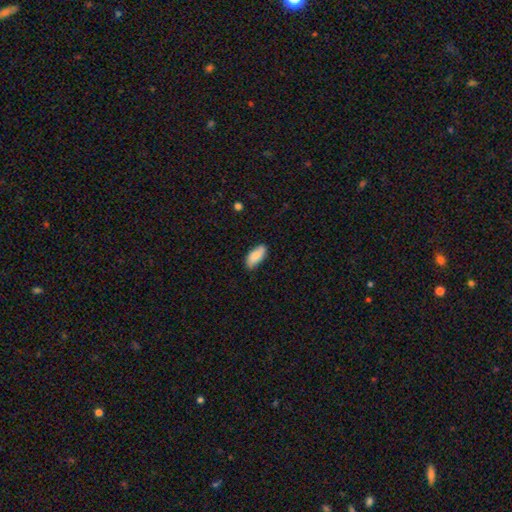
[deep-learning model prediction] Smooth or featured?
  - smooth: 84% *
  - featured or disk: 10%
  - star or artifact: 6%
How rounded?
  - in between: 86% *
  - cigar-shaped: 12%
  - round: 2%
Merging?
  - none: 81% *
  - minor disturbance: 15%
  - major disturbance: 2%
  - merger: 1%